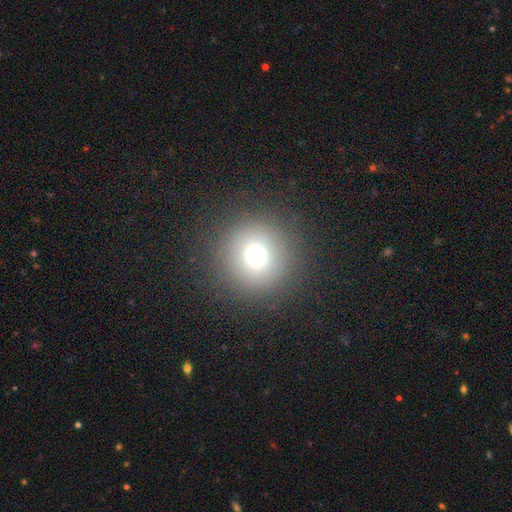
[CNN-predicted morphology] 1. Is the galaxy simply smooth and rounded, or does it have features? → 70% smooth, 17% star or artifact, 12% featured or disk.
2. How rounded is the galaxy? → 95% round, 4% in between, 1% cigar-shaped.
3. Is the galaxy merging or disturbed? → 88% none, 7% minor disturbance, 4% major disturbance, 1% merger.